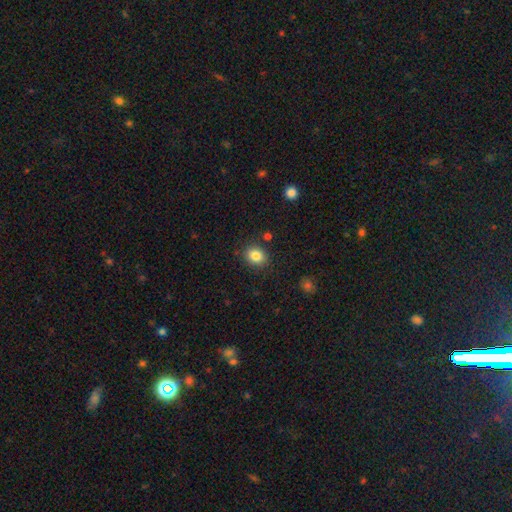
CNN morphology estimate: Q: Smooth or featured?
A: smooth (84%); runner-up: star or artifact (10%)
Q: How rounded?
A: round (54%); runner-up: in between (45%)
Q: Merging?
A: none (85%); runner-up: minor disturbance (10%)